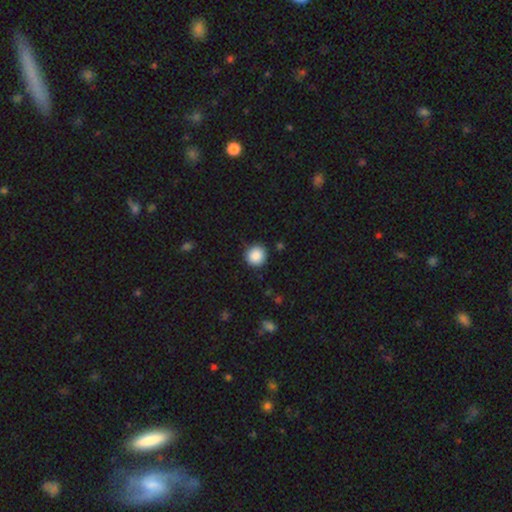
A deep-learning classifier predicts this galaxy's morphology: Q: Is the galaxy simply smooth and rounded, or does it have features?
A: smooth — 88%.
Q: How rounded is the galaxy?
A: round — 93%.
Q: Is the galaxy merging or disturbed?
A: none — 88%.